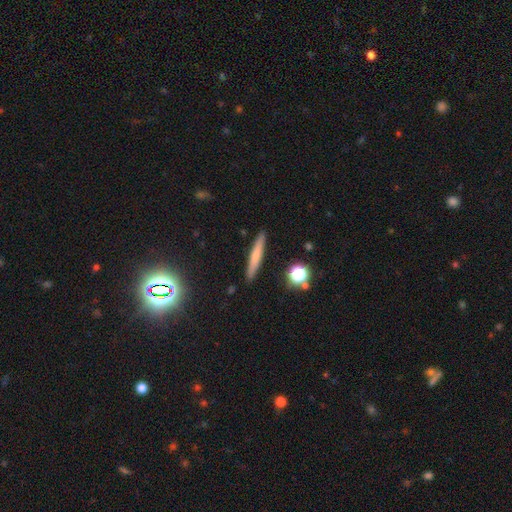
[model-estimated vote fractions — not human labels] smooth-or-featured: smooth: 63% | featured or disk: 29% | star or artifact: 8%
  how-rounded: cigar-shaped: 93% | in between: 5% | round: 2%
  merging: none: 90% | minor disturbance: 7% | major disturbance: 2% | merger: 2%